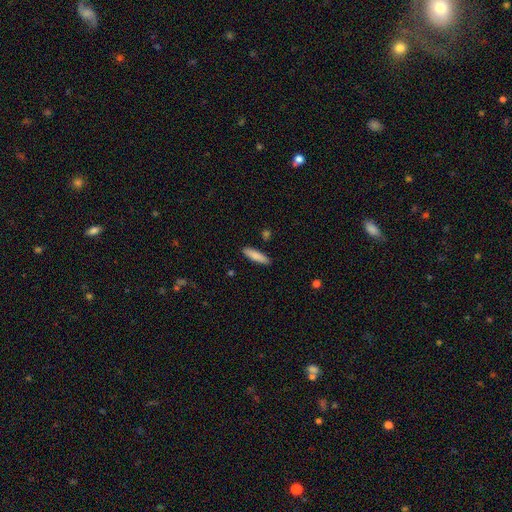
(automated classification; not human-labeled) Morphology: type=smooth (85%); roundness=cigar-shaped (73%); merging=none (89%).